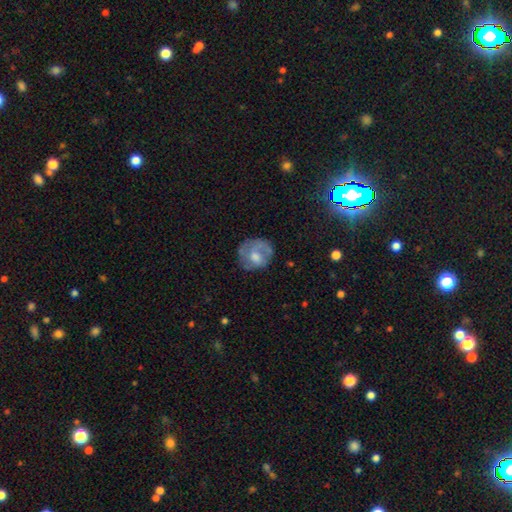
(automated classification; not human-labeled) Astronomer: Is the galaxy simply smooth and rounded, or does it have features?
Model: smooth — 50% (runner-up: featured or disk, 43%).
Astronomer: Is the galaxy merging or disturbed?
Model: none — 59%.